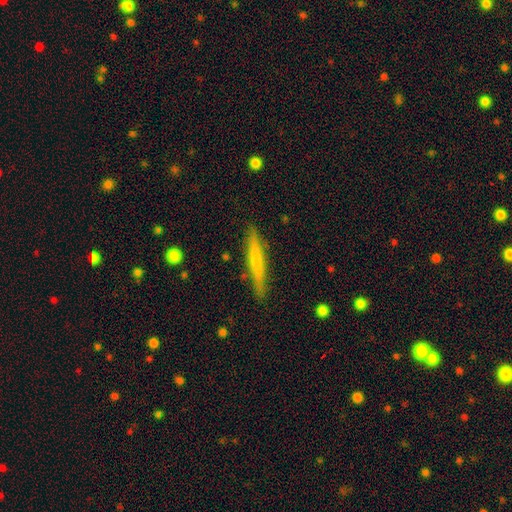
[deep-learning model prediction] smooth 55%, featured or disk 40%, star or artifact 6%. Down the decision tree: how rounded — cigar-shaped (95%); merging — none (89%).